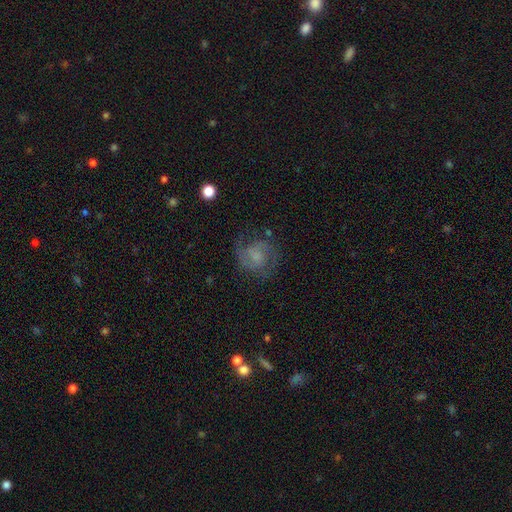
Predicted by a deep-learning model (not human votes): smooth-or-featured: featured or disk: 58% | smooth: 31% | star or artifact: 11%
  disk-edge-on: no: 98% | yes: 2%
    bar: no: 64% | weak: 31% | strong: 5%
    has-spiral-arms: yes: 84% | no: 16%
    bulge-size: none: 38% | small: 28% | moderate: 24% | large: 8% | dominant: 2%
  merging: none: 62% | minor disturbance: 20% | major disturbance: 16% | merger: 2%